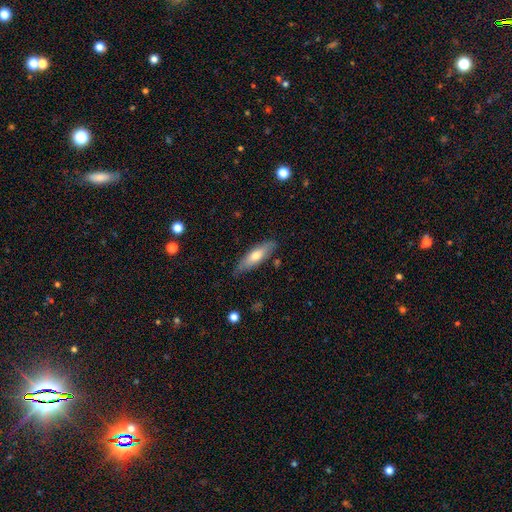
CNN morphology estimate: Overall: smooth (63%; featured or disk 32%). How rounded: cigar-shaped (53%; in between 45%). Merging: none (76%).